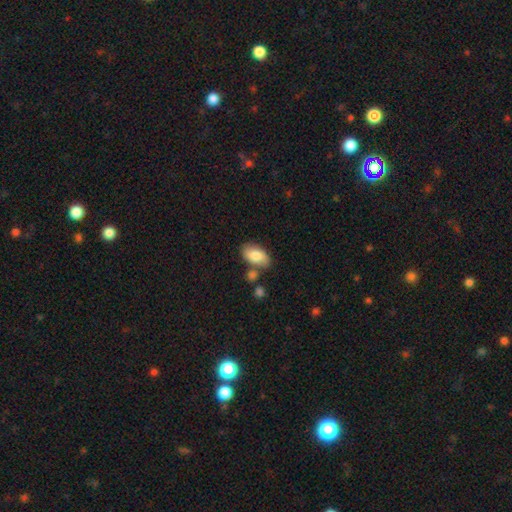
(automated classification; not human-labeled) This is likely a smooth galaxy (79%). How rounded: clearly in between (93%). Merging: likely none (66%).